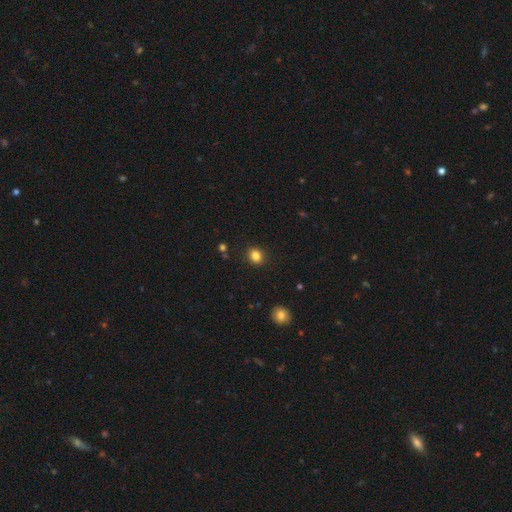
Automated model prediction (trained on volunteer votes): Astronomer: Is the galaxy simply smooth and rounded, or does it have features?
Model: smooth — 84%.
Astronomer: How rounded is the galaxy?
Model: round — 68%.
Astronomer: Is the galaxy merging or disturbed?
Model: none — 89%.